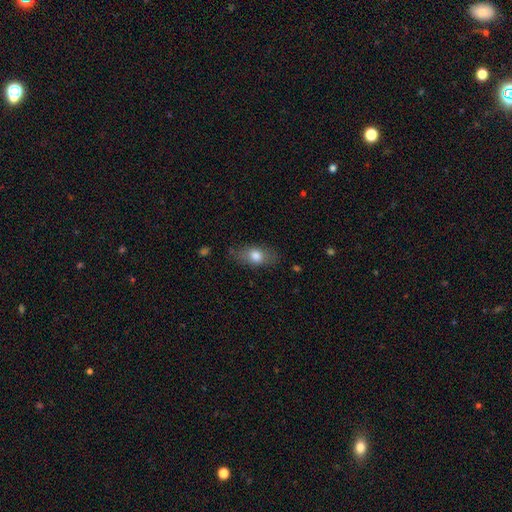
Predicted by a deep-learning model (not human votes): Q: Smooth or featured?
A: smooth (75%); runner-up: featured or disk (17%)
Q: How rounded?
A: in between (83%); runner-up: round (10%)
Q: Merging?
A: none (75%); runner-up: minor disturbance (18%)